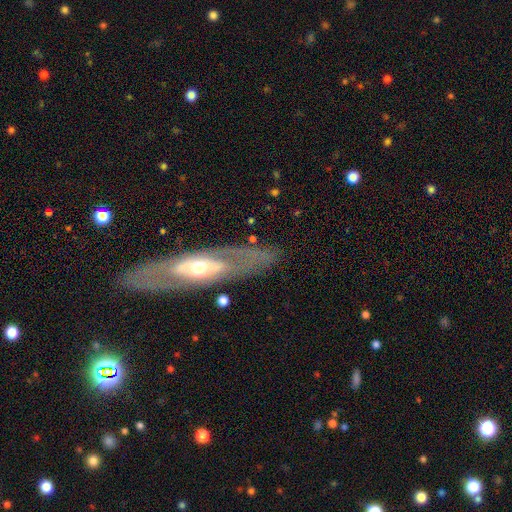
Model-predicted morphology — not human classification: A featured or disk galaxy (74%) with no bar (67%), no spiral arms (60%) and a moderate central bulge (56%).

Vote fractions:
- Smooth or featured? featured or disk: 74% / smooth: 19% / star or artifact: 6%
- Edge-on disk? no: 70% / yes: 30%
- Bar? no: 67% / weak: 20% / strong: 13%
- Spiral arms? no: 60% / yes: 40%
- Bulge size? moderate: 56% / small: 33% / large: 8% / dominant: 2% / none: 1%
- Merging? none: 82% / minor disturbance: 11% / major disturbance: 5% / merger: 2%